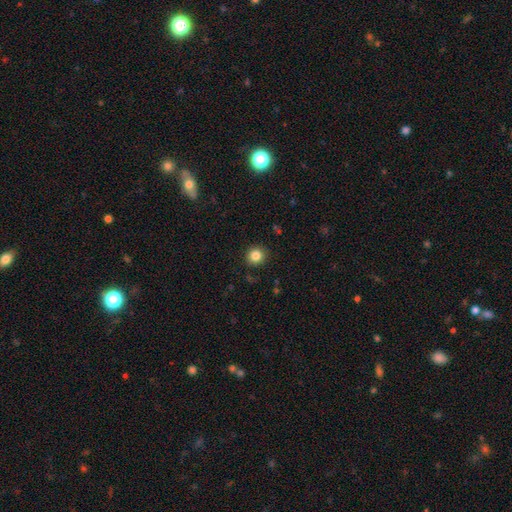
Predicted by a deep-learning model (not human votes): Smooth or featured? Predicted: smooth (p=0.84). How rounded? Predicted: round (p=0.93). Merging? Predicted: none (p=0.90).